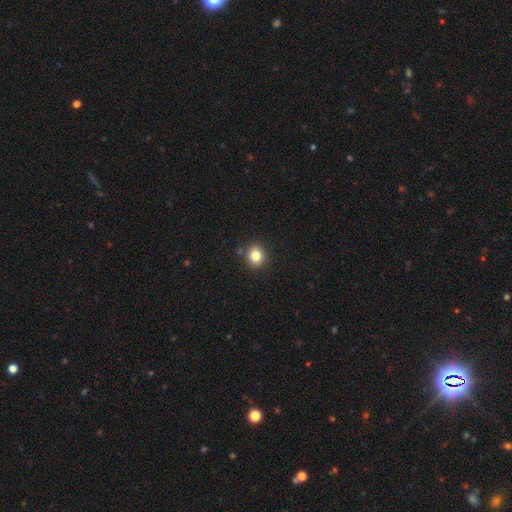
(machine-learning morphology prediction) smooth_or_featured: smooth (p=0.81) [alt: star or artifact p=0.12]
how_rounded: round (p=0.78) [alt: in between p=0.21]
merging: none (p=0.86) [alt: minor disturbance p=0.08]